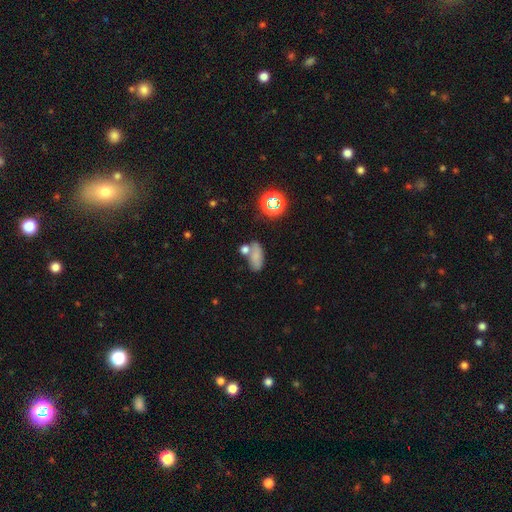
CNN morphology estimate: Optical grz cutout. It shows a smooth galaxy with no disk features (70%) that is in between round and cigar-shaped (82%). Merging: none (49%).